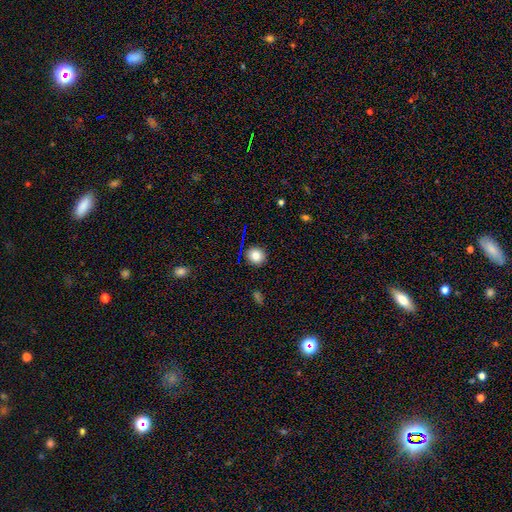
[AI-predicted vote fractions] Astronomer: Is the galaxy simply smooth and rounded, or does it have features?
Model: smooth — 79%.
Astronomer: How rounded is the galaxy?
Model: round — 89%.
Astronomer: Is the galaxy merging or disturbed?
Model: none — 88%.